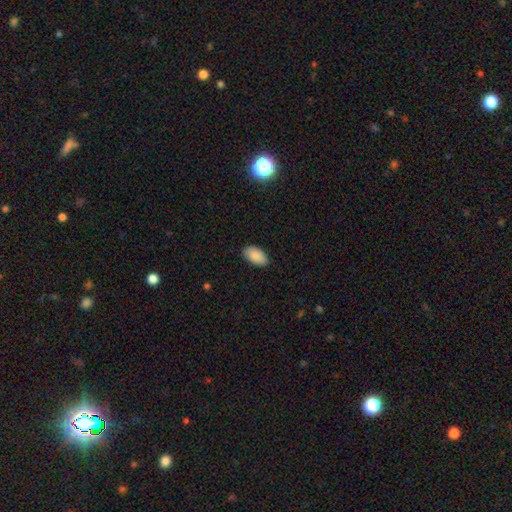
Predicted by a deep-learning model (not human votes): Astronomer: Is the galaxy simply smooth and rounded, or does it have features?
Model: smooth — 89%.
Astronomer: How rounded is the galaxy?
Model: in between — 95%.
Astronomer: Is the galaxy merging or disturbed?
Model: none — 86%.